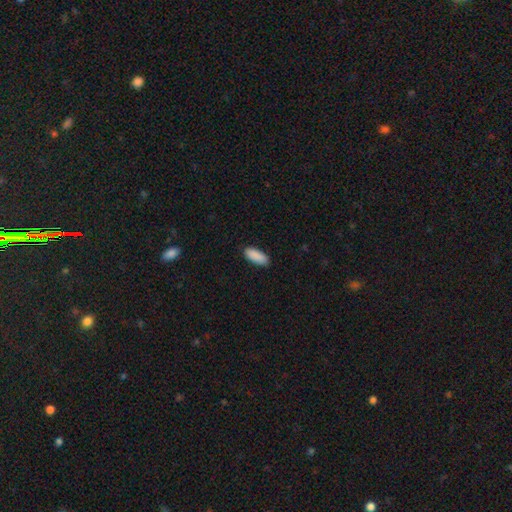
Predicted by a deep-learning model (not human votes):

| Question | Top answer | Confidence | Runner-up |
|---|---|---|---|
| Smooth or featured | smooth | 91% | star or artifact (6%) |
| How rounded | in between | 79% | cigar-shaped (20%) |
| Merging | none | 87% | minor disturbance (10%) |